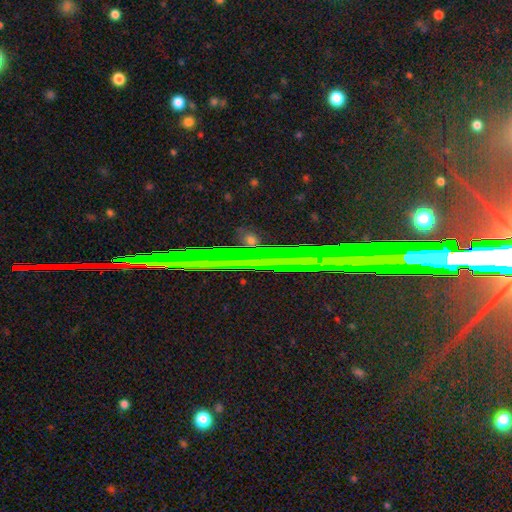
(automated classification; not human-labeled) This appears to be a star or artifact, not a galaxy (79%).